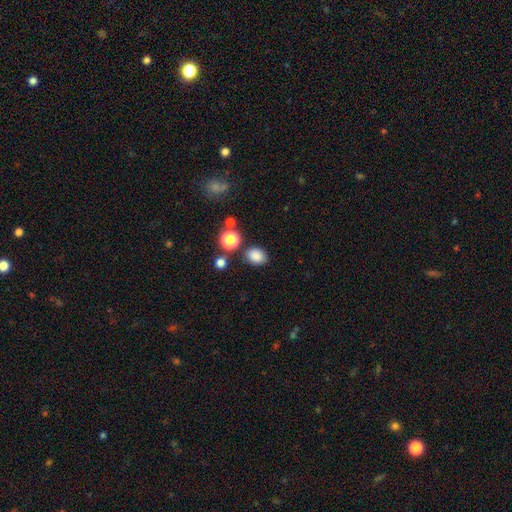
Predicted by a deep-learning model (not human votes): Smooth or featured?
  - smooth: 84% *
  - star or artifact: 12%
  - featured or disk: 4%
How rounded?
  - in between: 56% *
  - round: 43%
  - cigar-shaped: 1%
Merging?
  - none: 79% *
  - minor disturbance: 12%
  - merger: 6%
  - major disturbance: 3%